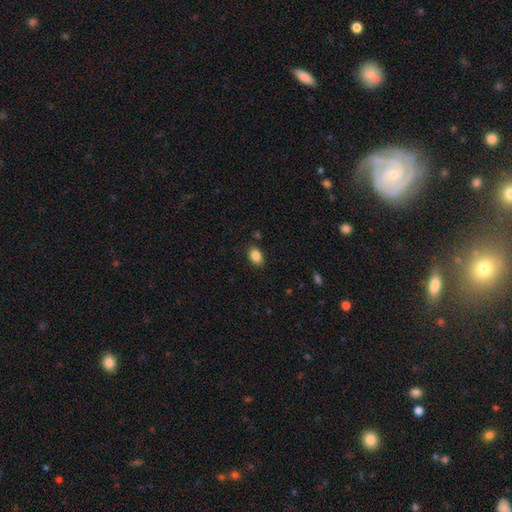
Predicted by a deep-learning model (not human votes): This appears to be a smooth galaxy with no disk features (87%) that is in between round and cigar-shaped (84%). Merging: none (86%).